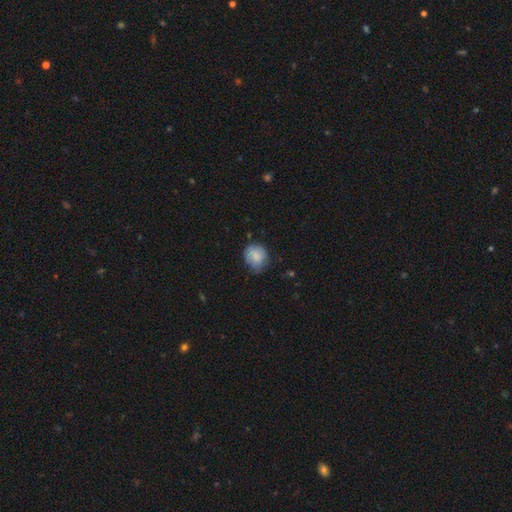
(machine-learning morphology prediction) smooth_or_featured: smooth (p=0.80) [alt: featured or disk p=0.12]
how_rounded: round (p=0.69) [alt: in between p=0.30]
merging: none (p=0.60) [alt: minor disturbance p=0.31]